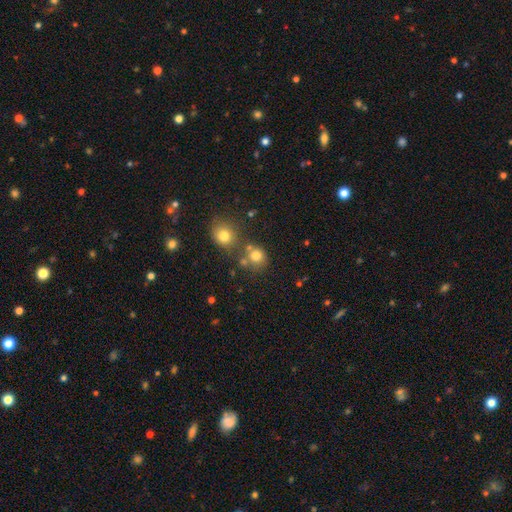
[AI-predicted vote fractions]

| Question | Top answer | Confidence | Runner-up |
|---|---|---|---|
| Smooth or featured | smooth | 77% | star or artifact (14%) |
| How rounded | round | 83% | in between (16%) |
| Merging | none | 58% | merger (26%) |